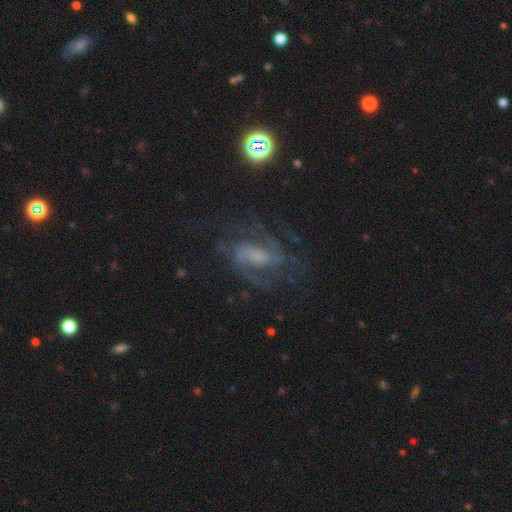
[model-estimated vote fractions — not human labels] Q: Smooth or featured?
A: featured or disk (81%); runner-up: star or artifact (10%)
Q: Edge-on disk?
A: no (96%); runner-up: yes (4%)
Q: Bar?
A: weak (45%); runner-up: no (30%)
Q: Spiral arms?
A: yes (94%); runner-up: no (6%)
Q: Spiral winding?
A: medium (52%); runner-up: tight (28%)
Q: Spiral arm count?
A: 2 (60%); runner-up: can't tell (18%)
Q: Bulge size?
A: small (33%); runner-up: moderate (31%)
Q: Merging?
A: none (65%); runner-up: minor disturbance (17%)